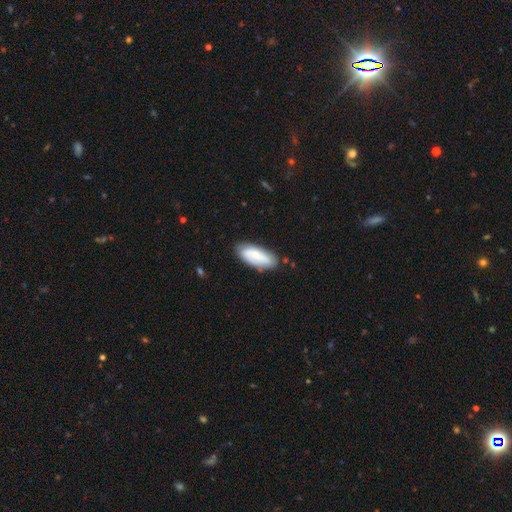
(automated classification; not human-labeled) This appears to be a smooth galaxy with no disk features (60%) that is in between round and cigar-shaped (82%). Merging: none (79%).